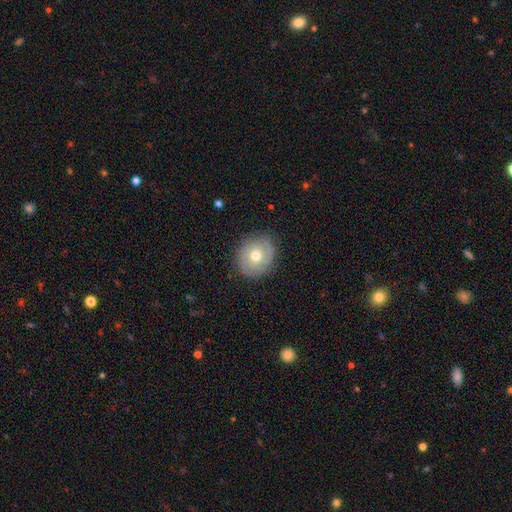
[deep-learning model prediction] Smooth or featured?
  - smooth: 49% *
  - featured or disk: 43%
  - star or artifact: 9%
Merging?
  - none: 82% *
  - minor disturbance: 13%
  - major disturbance: 4%
  - merger: 1%